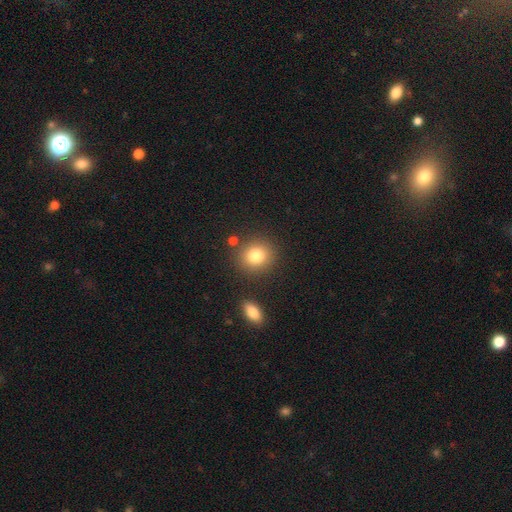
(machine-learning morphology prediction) This appears to be a smooth galaxy with no disk features (81%) that is round (80%). Merging: none (82%).